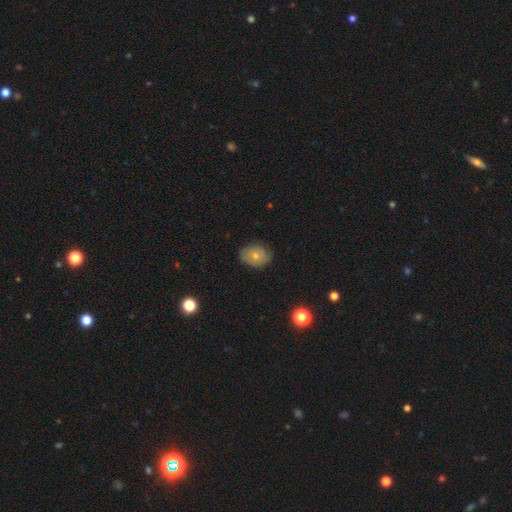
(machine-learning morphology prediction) Q: Smooth or featured?
A: smooth (69%); runner-up: featured or disk (21%)
Q: How rounded?
A: in between (57%); runner-up: round (42%)
Q: Merging?
A: none (78%); runner-up: minor disturbance (17%)